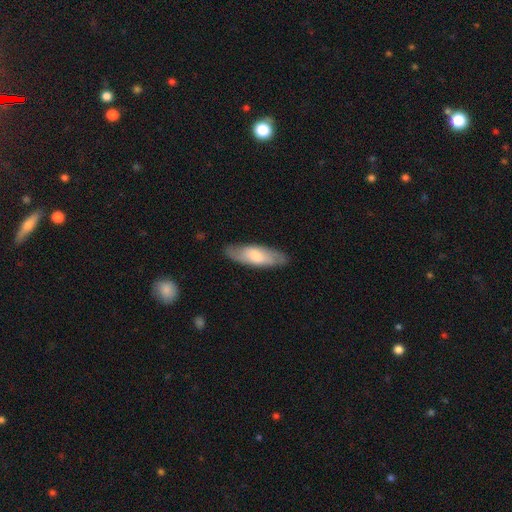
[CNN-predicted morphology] A smooth galaxy with no disk features (61%) that is in between round and cigar-shaped (61%). Merging: none (83%).